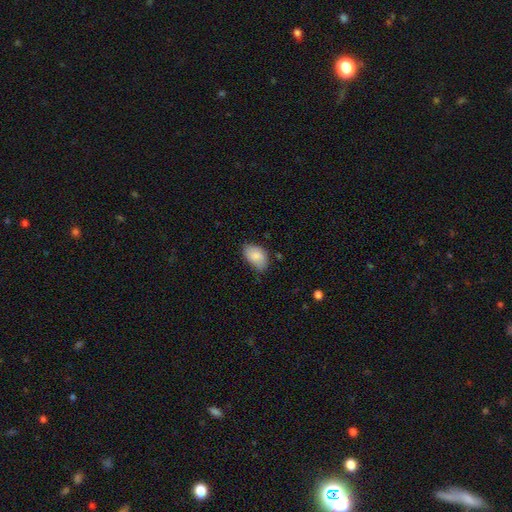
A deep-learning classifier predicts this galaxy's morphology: smooth-or-featured: smooth: 81% | featured or disk: 12% | star or artifact: 7%
  how-rounded: in between: 90% | round: 9% | cigar-shaped: 1%
  merging: none: 58% | minor disturbance: 34% | major disturbance: 6% | merger: 2%